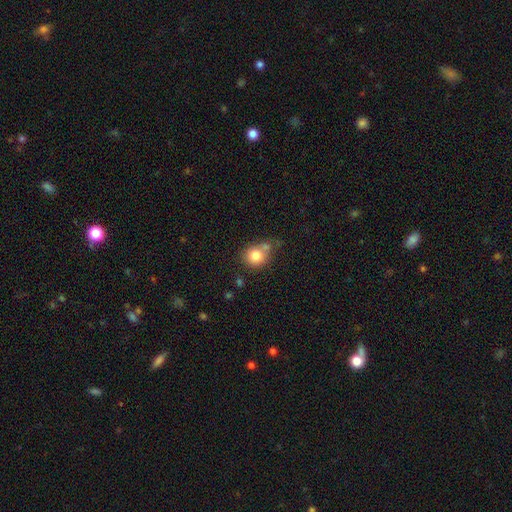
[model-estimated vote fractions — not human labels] Smooth or featured: smooth — 80% (featured or disk — 10%)
How rounded: round — 84% (in between — 15%)
Merging: none — 51% (merger — 26%)